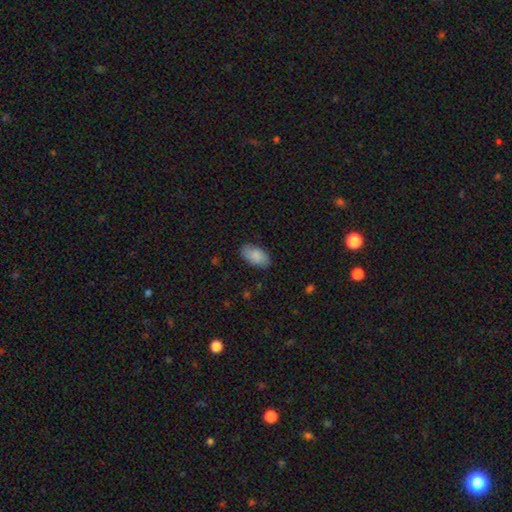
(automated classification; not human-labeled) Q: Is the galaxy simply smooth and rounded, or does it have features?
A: smooth — 86%.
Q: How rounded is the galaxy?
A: in between — 95%.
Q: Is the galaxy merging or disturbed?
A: none — 84%.